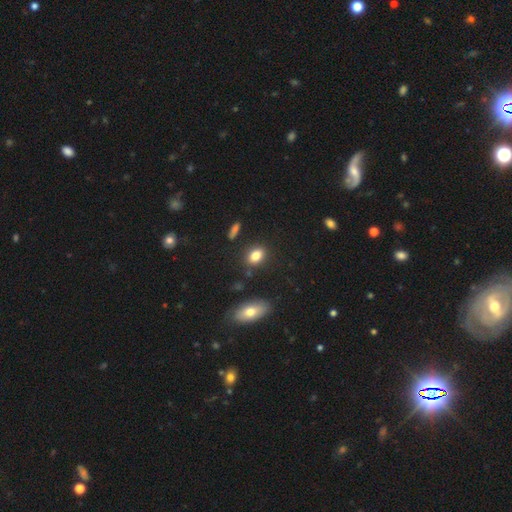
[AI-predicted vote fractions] Morphology: type=smooth (83%); roundness=in between (74%); merging=none (83%).